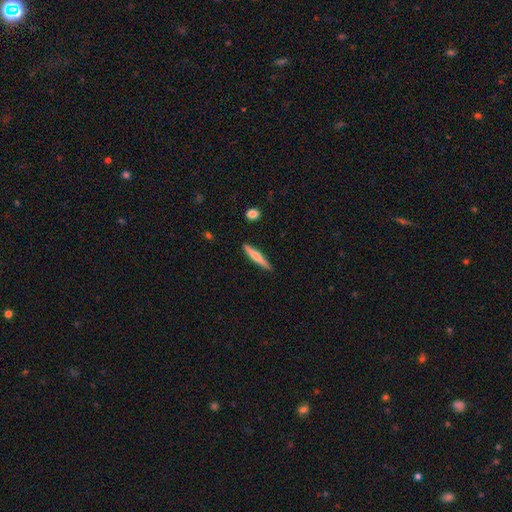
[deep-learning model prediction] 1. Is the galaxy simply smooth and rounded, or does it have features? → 56% smooth, 39% featured or disk, 6% star or artifact.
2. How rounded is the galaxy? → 92% cigar-shaped, 7% in between, 2% round.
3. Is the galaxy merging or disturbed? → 88% none, 9% minor disturbance, 2% merger, 2% major disturbance.